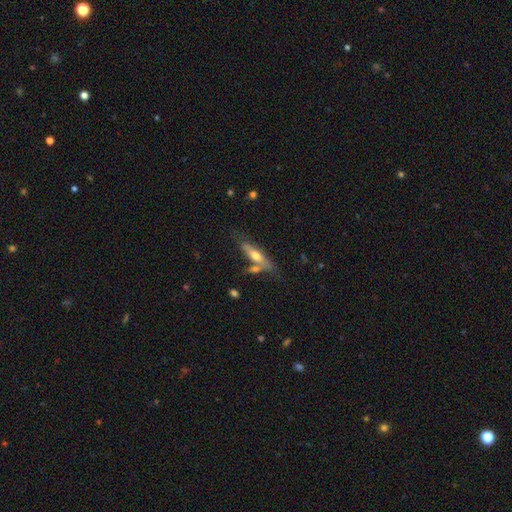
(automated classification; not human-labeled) A smooth galaxy with no disk features (50%) that is cigar-shaped (59%). Merging: none (52%).